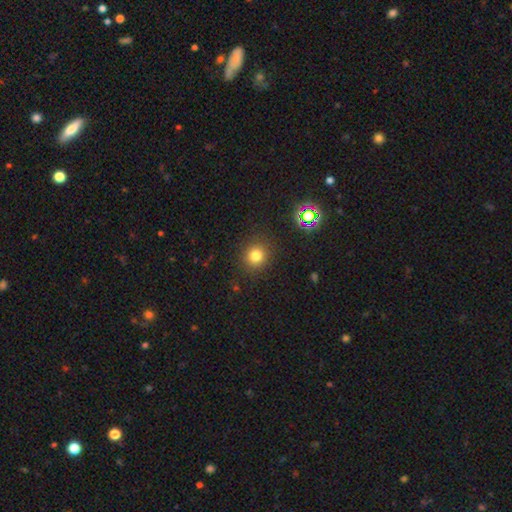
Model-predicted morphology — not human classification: type=smooth (78%); roundness=round (90%); merging=none (89%).